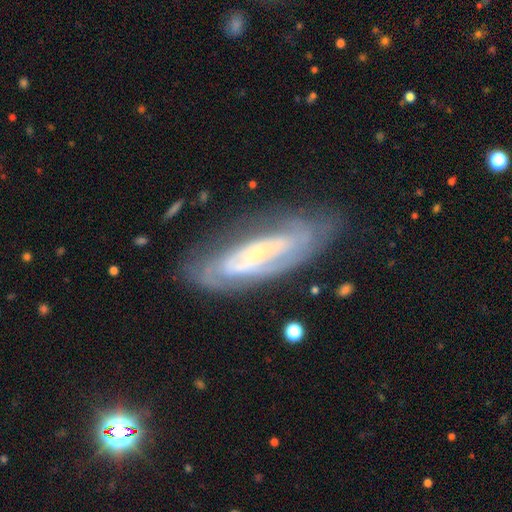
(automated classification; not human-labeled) A featured or disk galaxy (73%) with no bar (52%), spiral arms (81%) and a small central bulge (67%). Merging: none (70%).